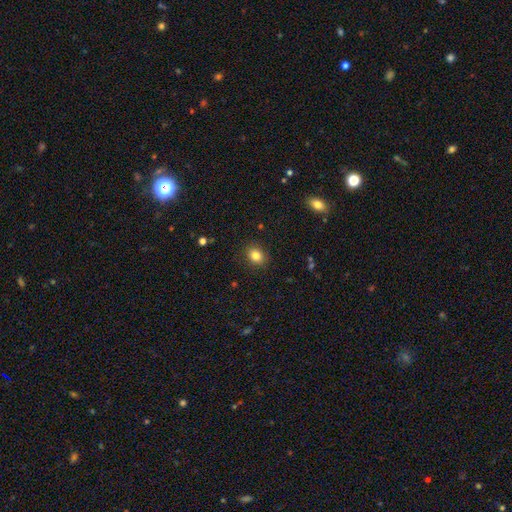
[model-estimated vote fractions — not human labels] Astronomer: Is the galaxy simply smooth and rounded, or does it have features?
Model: smooth — 83%.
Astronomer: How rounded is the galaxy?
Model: in between — 50% (runner-up: round, 49%).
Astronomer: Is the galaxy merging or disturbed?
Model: none — 88%.